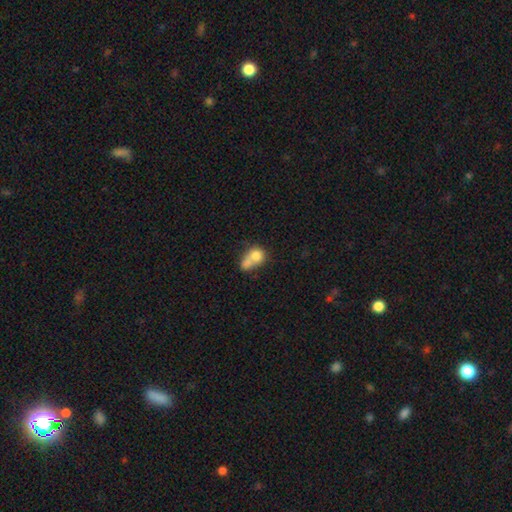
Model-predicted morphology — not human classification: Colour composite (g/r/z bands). It shows a smooth galaxy with no disk features (74%) that is round (58%). Merging: merger (62%).